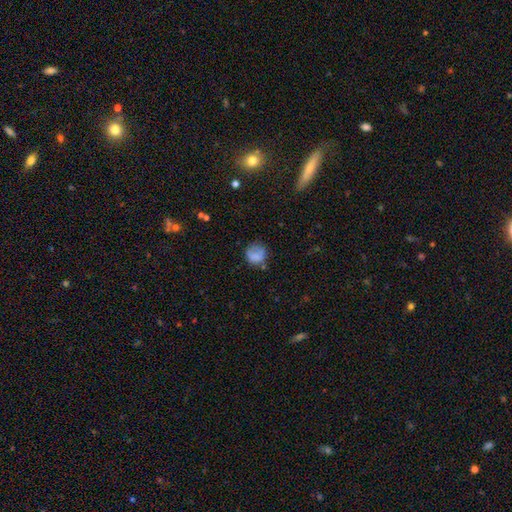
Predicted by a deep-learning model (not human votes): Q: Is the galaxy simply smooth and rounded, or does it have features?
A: smooth — 75%.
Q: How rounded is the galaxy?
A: round — 84%.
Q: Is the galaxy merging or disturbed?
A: none — 61%.